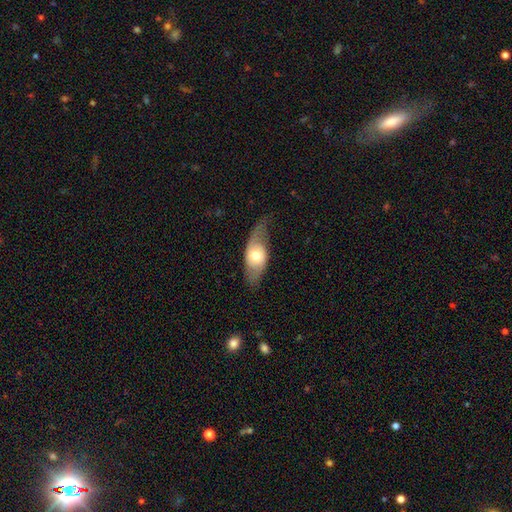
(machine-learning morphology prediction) Smooth or featured?
  - smooth: 47% * (tied)
  - featured or disk: 47% * (tied)
  - star or artifact: 6%
Merging?
  - none: 54% *
  - minor disturbance: 28%
  - major disturbance: 17%
  - merger: 2%